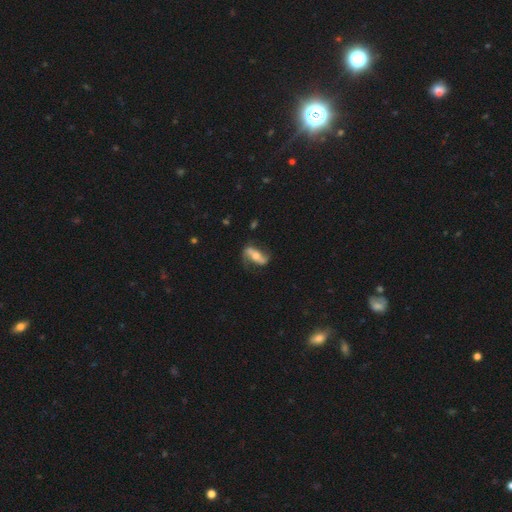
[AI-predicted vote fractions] Smooth or featured: featured or disk — 71% (smooth — 23%)
Edge-on disk: no — 85% (yes — 15%)
Bar: strong — 46% (no — 30%)
Spiral arms: yes — 86% (no — 14%)
Spiral winding: loose — 60% (medium — 27%)
Spiral arm count: 2 — 88% (can't tell — 6%)
Bulge size: moderate — 57% (small — 31%)
Merging: none — 65% (minor disturbance — 21%)